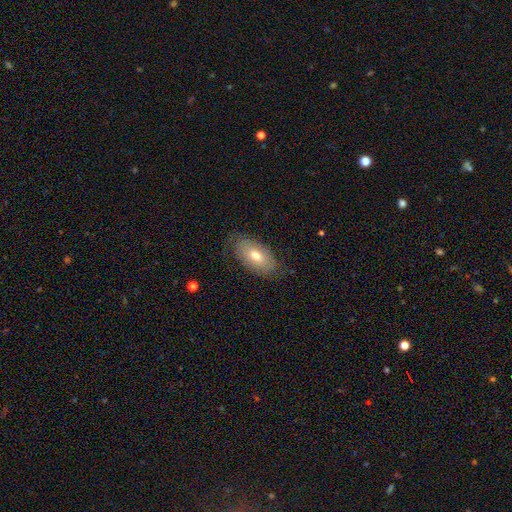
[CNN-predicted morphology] A smooth galaxy with no disk features (62%) that is in between round and cigar-shaped (92%).

Vote fractions:
- Smooth or featured? smooth: 62% / featured or disk: 32% / star or artifact: 6%
- How rounded? in between: 92% / round: 4% / cigar-shaped: 4%
- Merging? none: 75% / minor disturbance: 19% / major disturbance: 5% / merger: 1%